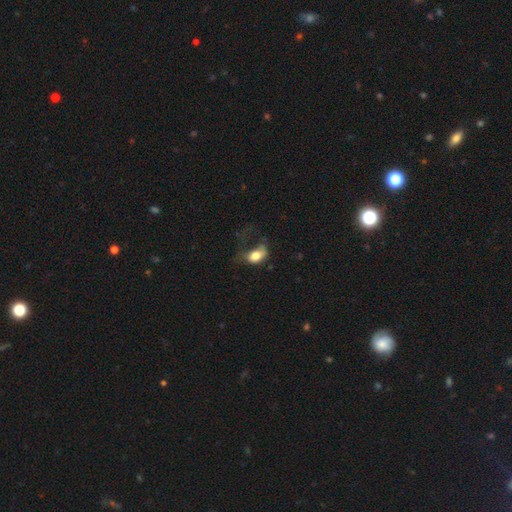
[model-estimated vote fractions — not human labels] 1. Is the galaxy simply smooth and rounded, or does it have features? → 72% smooth, 20% featured or disk, 8% star or artifact.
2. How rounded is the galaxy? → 82% in between, 16% round, 2% cigar-shaped.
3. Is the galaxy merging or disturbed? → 55% major disturbance, 23% minor disturbance, 19% none, 3% merger.